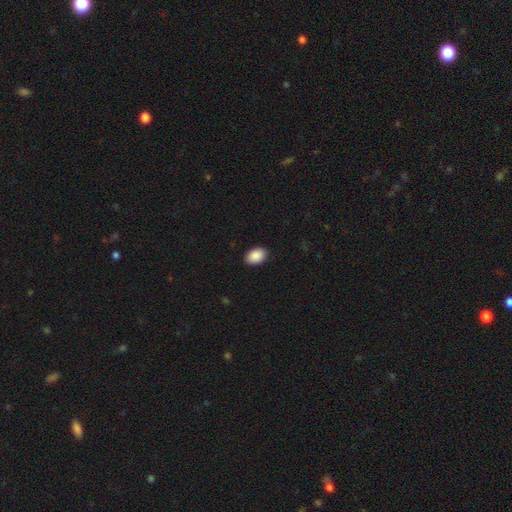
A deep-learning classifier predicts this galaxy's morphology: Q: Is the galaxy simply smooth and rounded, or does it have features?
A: smooth — 91%.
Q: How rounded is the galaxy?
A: in between — 86%.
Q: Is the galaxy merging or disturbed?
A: none — 90%.